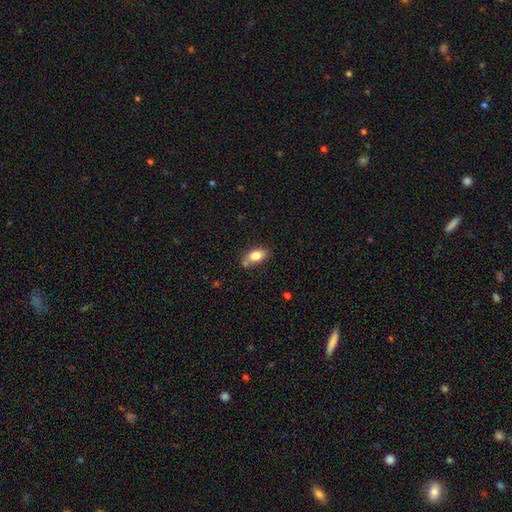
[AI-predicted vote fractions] Morphology: type=smooth (80%); roundness=in between (87%); merging=none (66%).